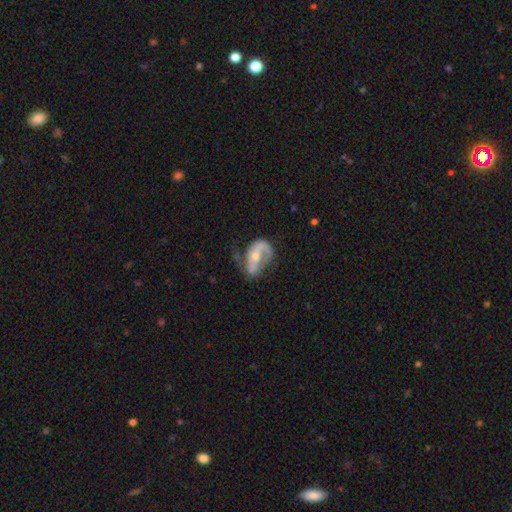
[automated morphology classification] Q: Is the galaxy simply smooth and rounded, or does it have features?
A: featured or disk — 74%.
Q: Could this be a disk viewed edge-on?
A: no — 96%.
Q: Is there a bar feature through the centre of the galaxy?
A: no — 45%.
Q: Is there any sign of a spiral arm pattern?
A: yes — 86%.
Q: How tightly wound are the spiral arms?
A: loose — 40%, tied with medium.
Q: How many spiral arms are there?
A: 2 — 55%.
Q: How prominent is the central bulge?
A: moderate — 52%.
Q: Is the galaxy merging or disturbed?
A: none — 46%.